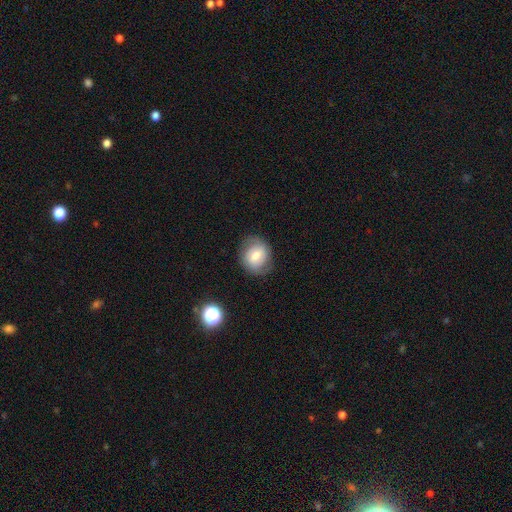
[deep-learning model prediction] A smooth galaxy with no disk features (60%) that is round (72%). Merging: none (78%).